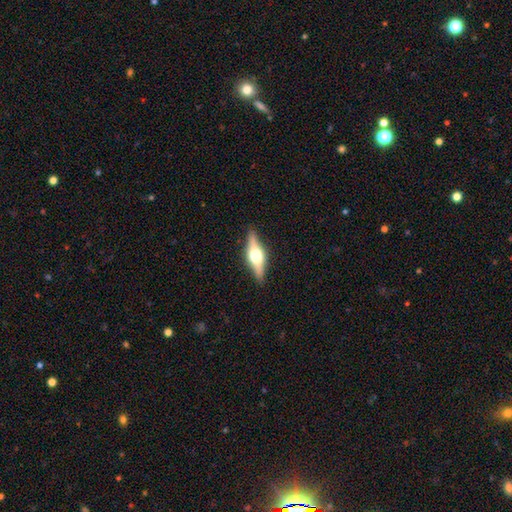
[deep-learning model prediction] Smooth or featured? featured or disk (68%)
Edge-on disk? yes (95%)
Edge-on bulge? rounded (94%)
Merging? none (88%)